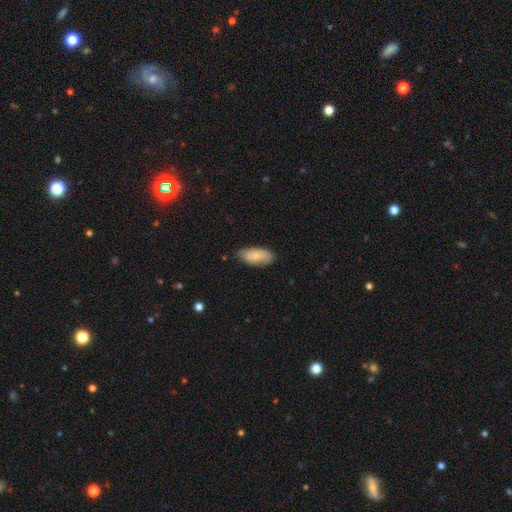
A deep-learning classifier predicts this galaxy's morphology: Smooth or featured? Predicted: smooth (p=0.74). How rounded? Predicted: in between (p=0.91). Merging? Predicted: none (p=0.72).